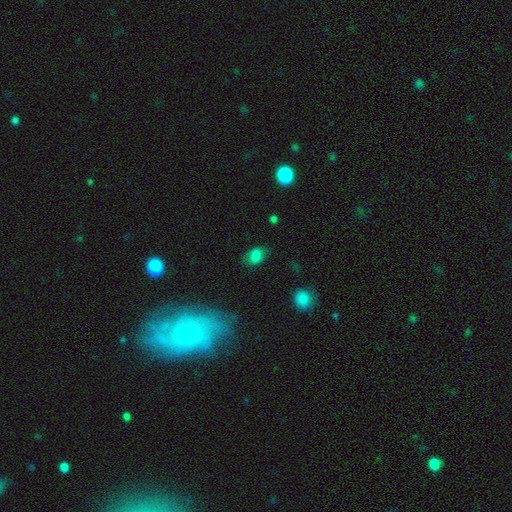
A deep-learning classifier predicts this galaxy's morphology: smooth_or_featured: smooth (p=0.78) [alt: star or artifact p=0.12]
how_rounded: in between (p=0.77) [alt: round p=0.21]
merging: none (p=0.65) [alt: minor disturbance p=0.24]